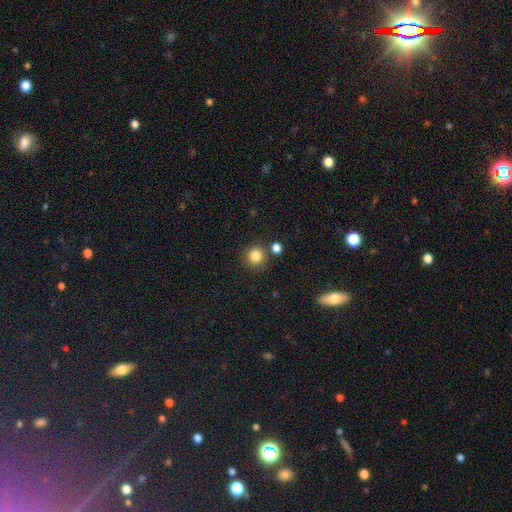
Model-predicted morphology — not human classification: smooth-or-featured: smooth: 83% | star or artifact: 12% | featured or disk: 5%
  how-rounded: round: 93% | in between: 6% | cigar-shaped: 1%
  merging: none: 81% | merger: 9% | minor disturbance: 7% | major disturbance: 3%